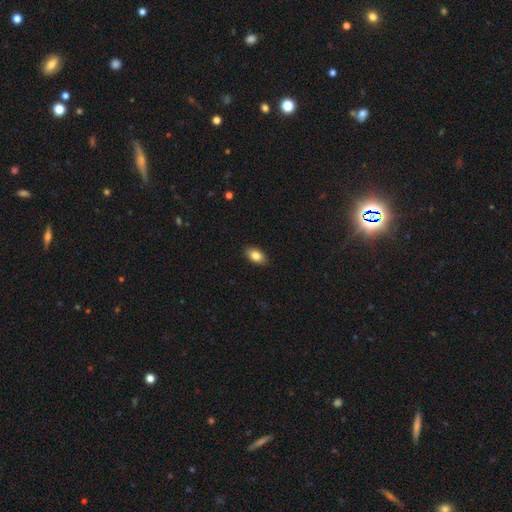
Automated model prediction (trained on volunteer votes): Smooth or featured: smooth — 84% (featured or disk — 9%)
How rounded: in between — 90% (round — 8%)
Merging: none — 89% (minor disturbance — 8%)